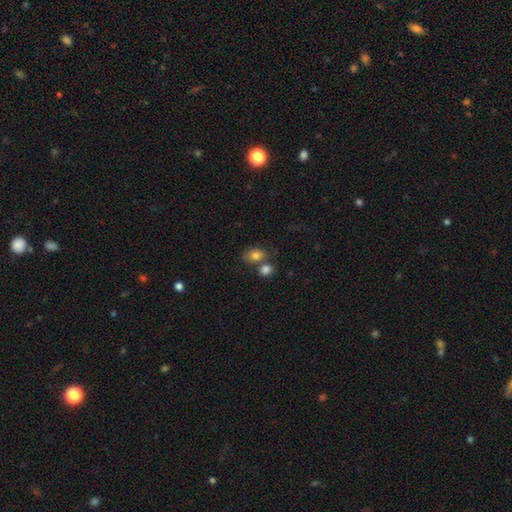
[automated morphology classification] Smooth or featured: smooth — 80% (featured or disk — 10%)
How rounded: in between — 75% (round — 23%)
Merging: none — 47% (merger — 34%)